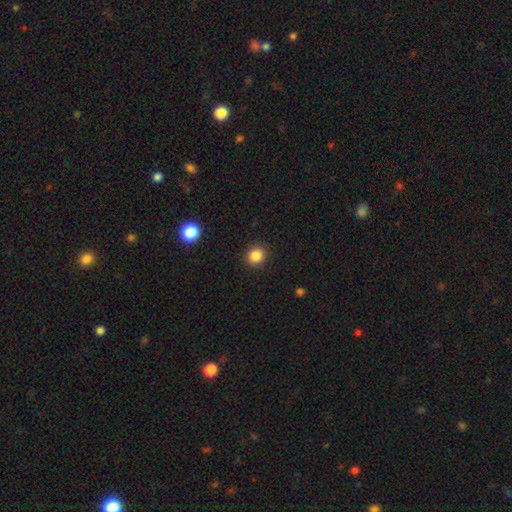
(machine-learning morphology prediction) Overall: smooth (86%). How rounded: round (88%). Merging: none (91%).